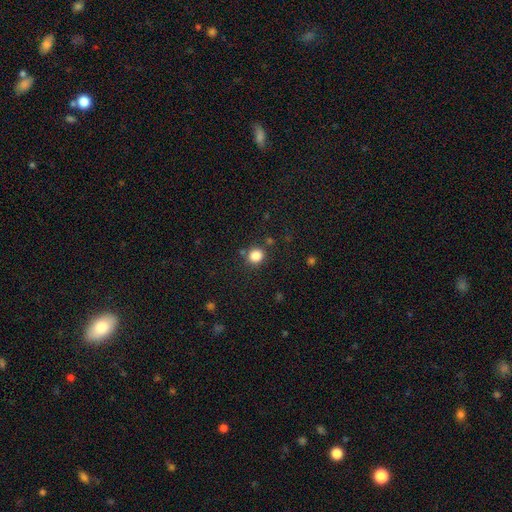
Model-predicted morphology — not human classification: smooth_or_featured: smooth (p=0.84) [alt: star or artifact p=0.12]
how_rounded: round (p=0.87) [alt: in between p=0.12]
merging: none (p=0.84) [alt: minor disturbance p=0.08]